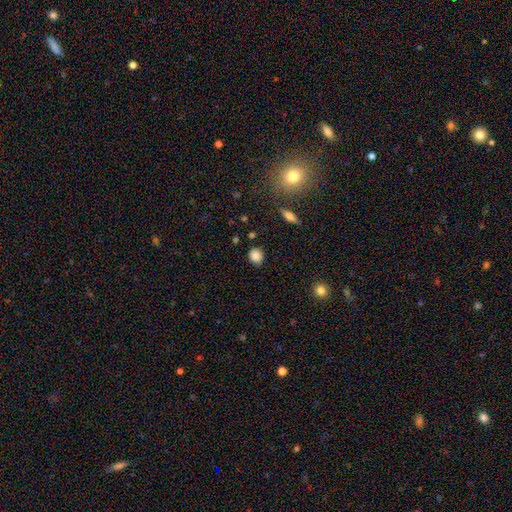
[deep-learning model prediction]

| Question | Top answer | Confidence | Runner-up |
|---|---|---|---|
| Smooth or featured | smooth | 84% | star or artifact (10%) |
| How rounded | round | 78% | in between (21%) |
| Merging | none | 87% | minor disturbance (9%) |